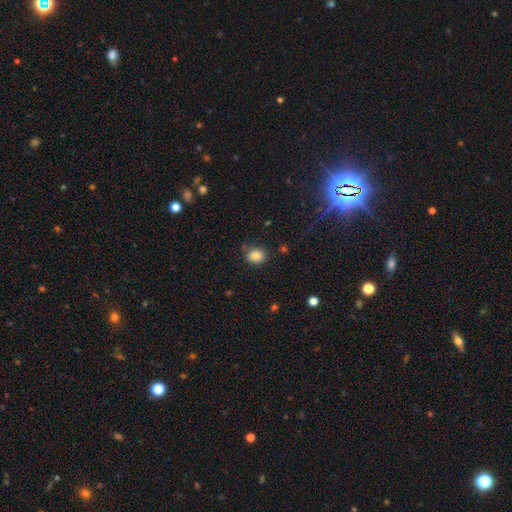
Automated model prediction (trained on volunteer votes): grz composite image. It shows a smooth galaxy with no disk features (84%) that is round (61%). Merging: none (81%).